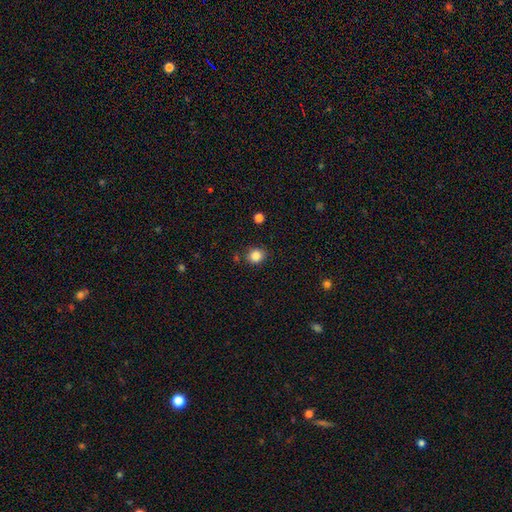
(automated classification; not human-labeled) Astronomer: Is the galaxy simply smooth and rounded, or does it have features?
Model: smooth — 85%.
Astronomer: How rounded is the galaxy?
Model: round — 70%.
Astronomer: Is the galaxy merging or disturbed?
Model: none — 82%.